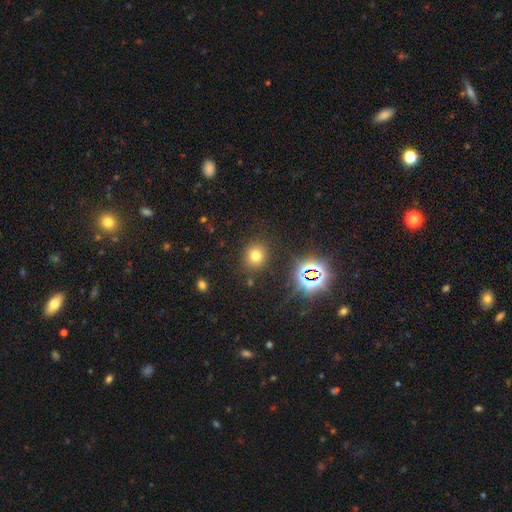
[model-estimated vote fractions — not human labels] smooth 69%, star or artifact 23%, featured or disk 8%. Down the decision tree: how rounded — round (81%); merging — none (85%).